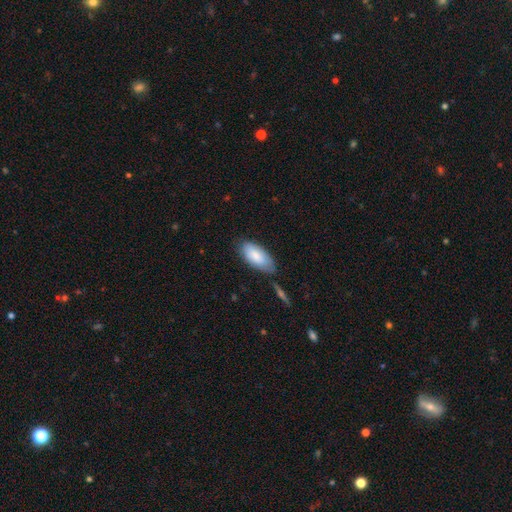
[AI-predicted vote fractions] This is clearly a smooth galaxy (83%). How rounded: clearly in between (91%). Merging: likely none (69%).